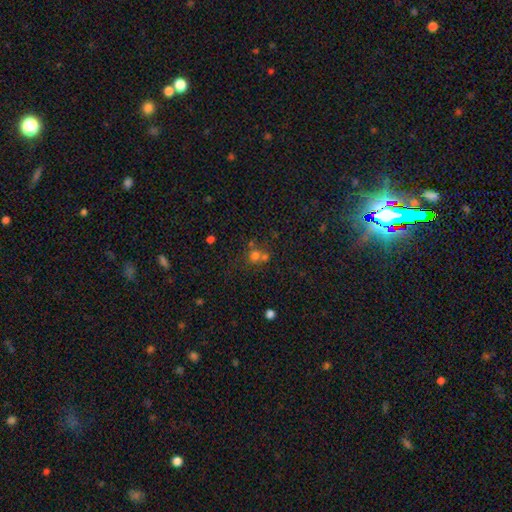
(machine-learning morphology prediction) Smooth or featured? Predicted: smooth (p=0.63). How rounded? Predicted: round (p=0.85). Merging? Predicted: none (p=0.47).